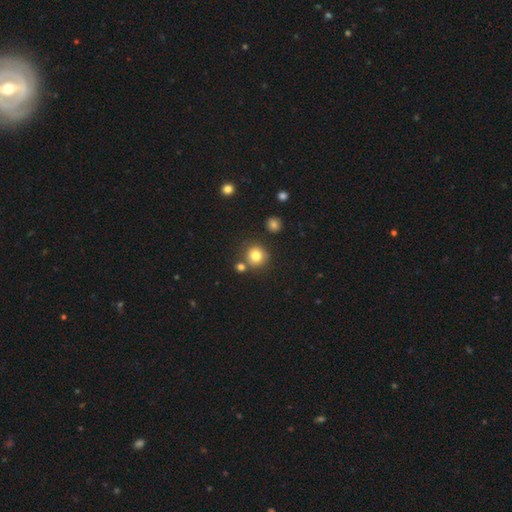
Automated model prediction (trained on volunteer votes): Q: Smooth or featured?
A: smooth (80%); runner-up: star or artifact (12%)
Q: How rounded?
A: round (90%); runner-up: in between (9%)
Q: Merging?
A: none (75%); runner-up: merger (12%)